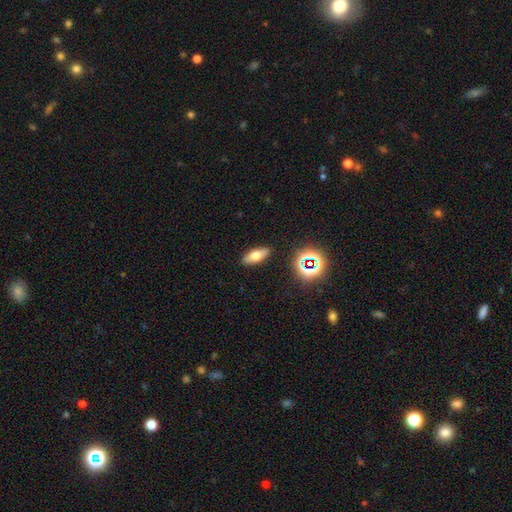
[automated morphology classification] Q: Smooth or featured?
A: smooth (64%); runner-up: featured or disk (23%)
Q: How rounded?
A: in between (70%); runner-up: cigar-shaped (25%)
Q: Merging?
A: none (88%); runner-up: minor disturbance (8%)